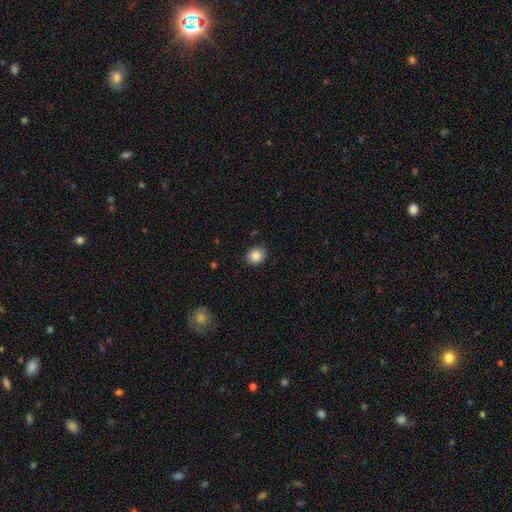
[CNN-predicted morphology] Smooth or featured: smooth — 86% (star or artifact — 9%)
How rounded: round — 66% (in between — 33%)
Merging: none — 87% (minor disturbance — 9%)